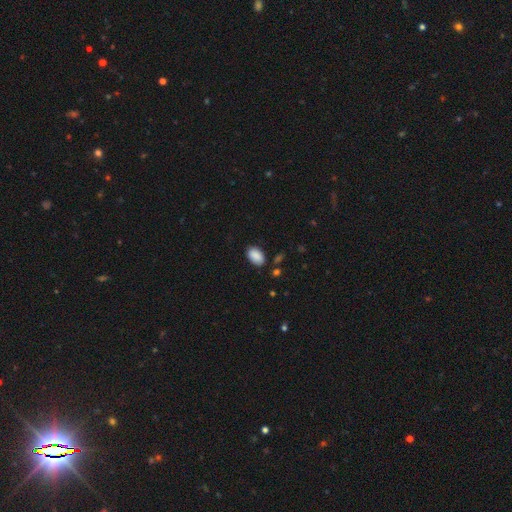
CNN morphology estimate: smooth-or-featured: smooth: 89% | star or artifact: 7% | featured or disk: 4%
  how-rounded: in between: 91% | round: 7% | cigar-shaped: 1%
  merging: none: 83% | minor disturbance: 12% | major disturbance: 3% | merger: 2%